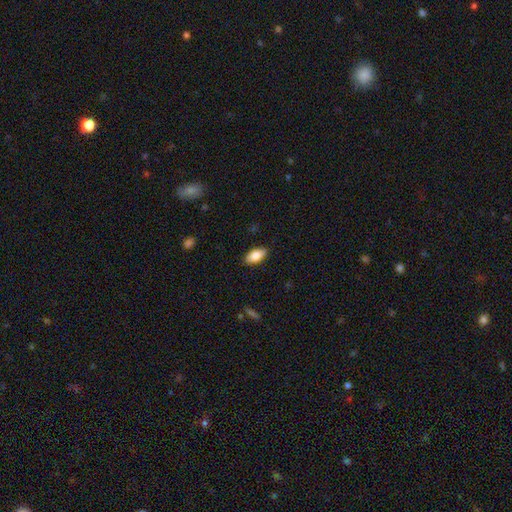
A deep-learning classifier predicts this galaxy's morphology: Smooth or featured? smooth (80%)
How rounded? in between (89%)
Merging? none (87%)